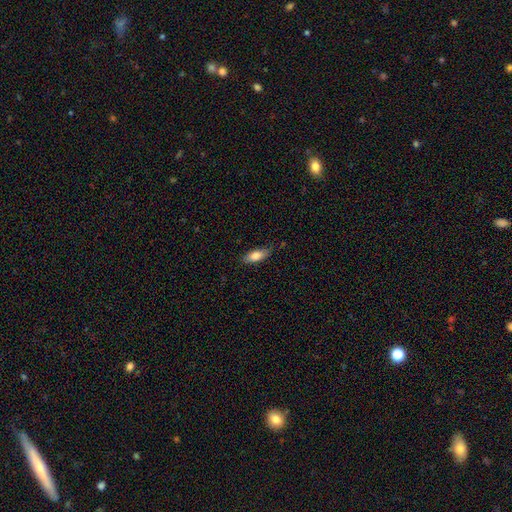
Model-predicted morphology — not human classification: Smooth or featured?
  - smooth: 78% *
  - featured or disk: 16%
  - star or artifact: 7%
How rounded?
  - in between: 74% *
  - cigar-shaped: 24%
  - round: 3%
Merging?
  - none: 75% *
  - minor disturbance: 20%
  - major disturbance: 4%
  - merger: 2%